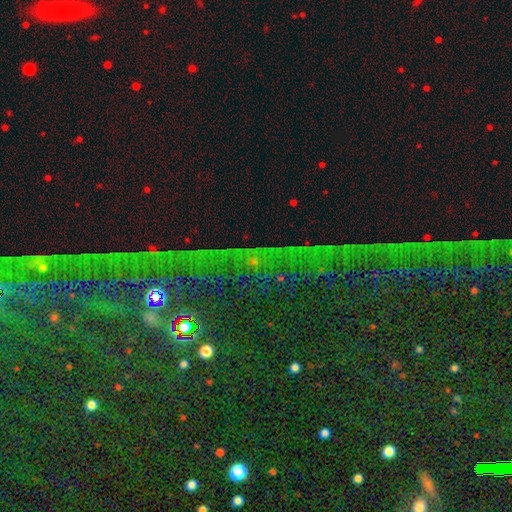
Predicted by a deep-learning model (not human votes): smooth_or_featured: star or artifact (p=0.84) [alt: featured or disk p=0.09]